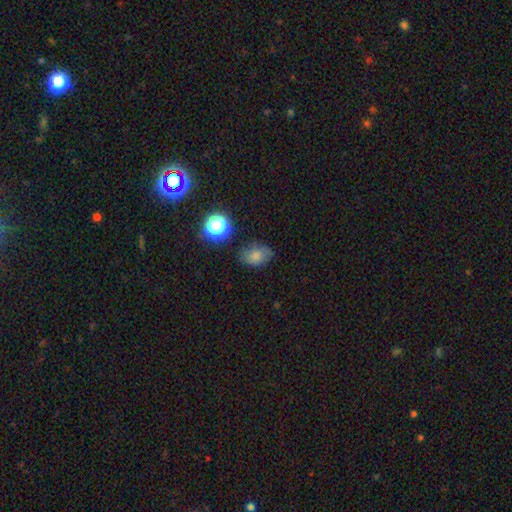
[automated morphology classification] smooth_or_featured: smooth (p=0.74) [alt: star or artifact p=0.14]
how_rounded: in between (p=0.78) [alt: round p=0.21]
merging: none (p=0.68) [alt: minor disturbance p=0.22]